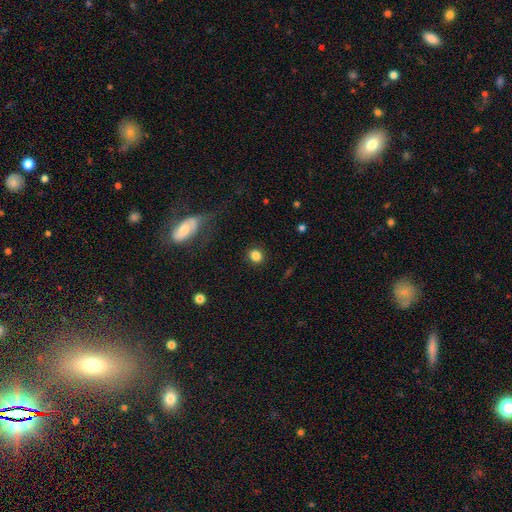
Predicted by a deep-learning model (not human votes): Overall: smooth (84%). How rounded: round (80%). Merging: none (88%).